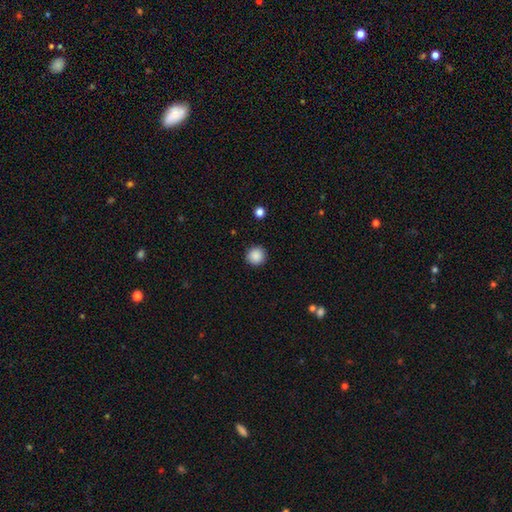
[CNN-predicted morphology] A smooth galaxy with no disk features (89%) that is round (95%). Merging: none (92%).